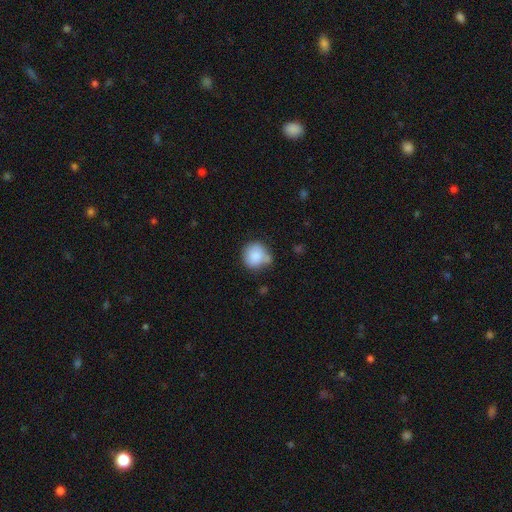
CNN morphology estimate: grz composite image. It shows a smooth galaxy with no disk features (85%) that is round (87%). Merging: none (56%).